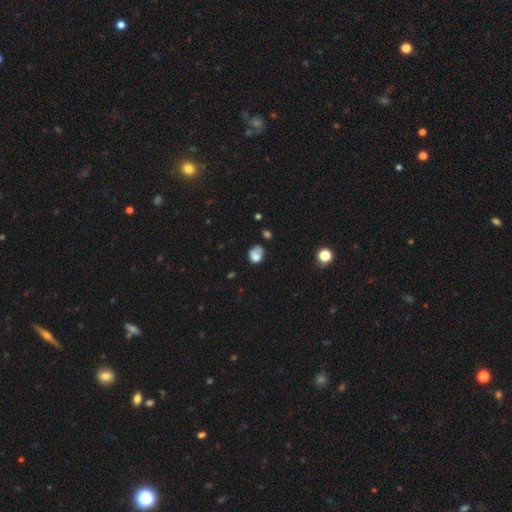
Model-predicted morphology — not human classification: smooth 73%, featured or disk 16%, star or artifact 12%. Down the decision tree: how rounded — round (53%); merging — none (39%).